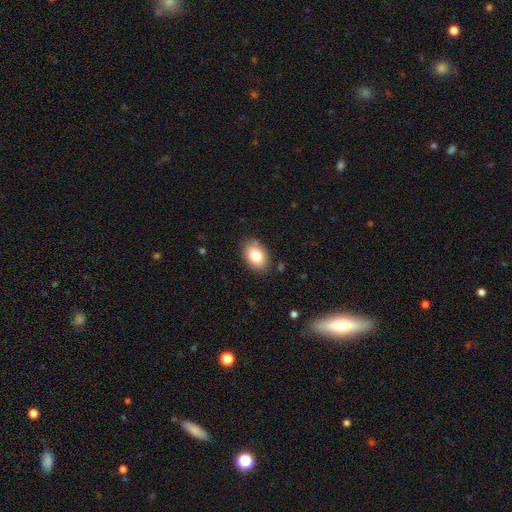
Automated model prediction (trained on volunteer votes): Morphology: type=smooth (81%); roundness=in between (82%); merging=none (84%).